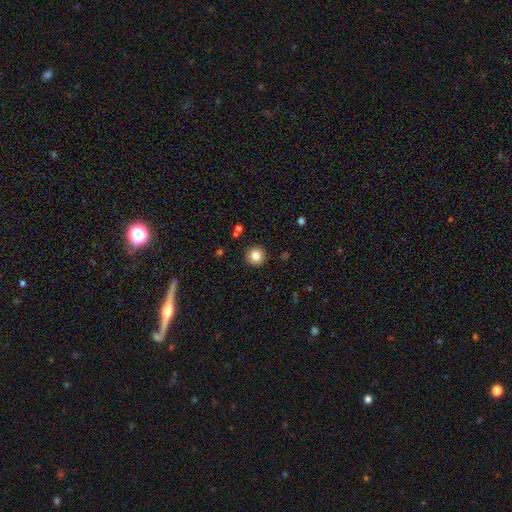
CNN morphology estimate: A smooth galaxy with no disk features (82%) that is round (95%).

Vote fractions:
- Smooth or featured? smooth: 82% / star or artifact: 11% / featured or disk: 7%
- How rounded? round: 95% / in between: 4% / cigar-shaped: 1%
- Merging? none: 92% / minor disturbance: 5% / major disturbance: 2% / merger: 1%